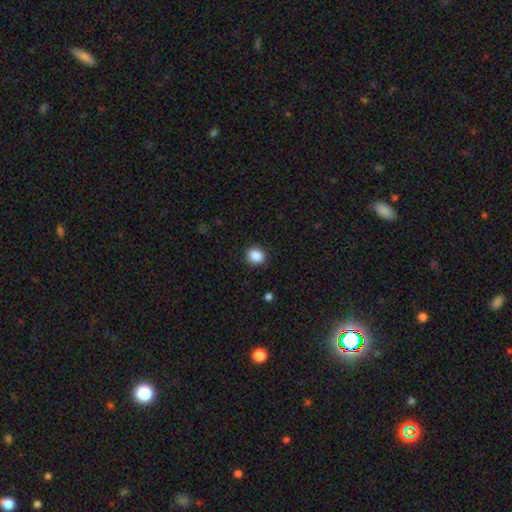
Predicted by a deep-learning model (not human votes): A smooth galaxy with no disk features (89%) that is round (68%). Merging: none (89%).